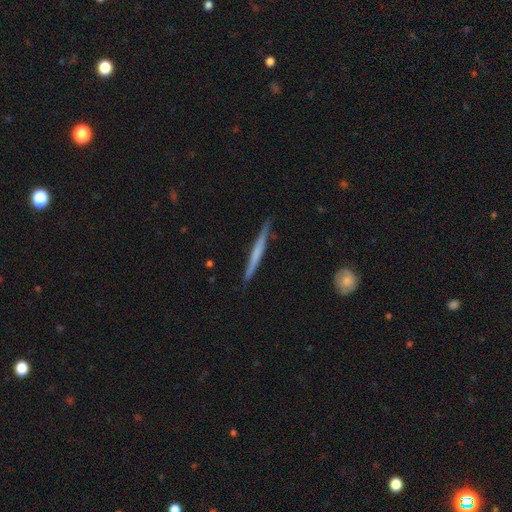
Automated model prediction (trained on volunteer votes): This is possibly a featured or disk galaxy (51%). It is clearly viewed edge-on (96%). Merging: clearly none (85%).